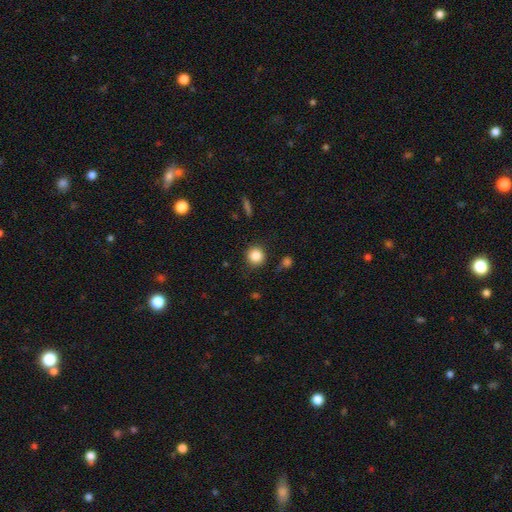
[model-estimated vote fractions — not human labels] Smooth or featured: smooth — 85% (star or artifact — 10%)
How rounded: round — 92% (in between — 7%)
Merging: none — 86% (minor disturbance — 8%)